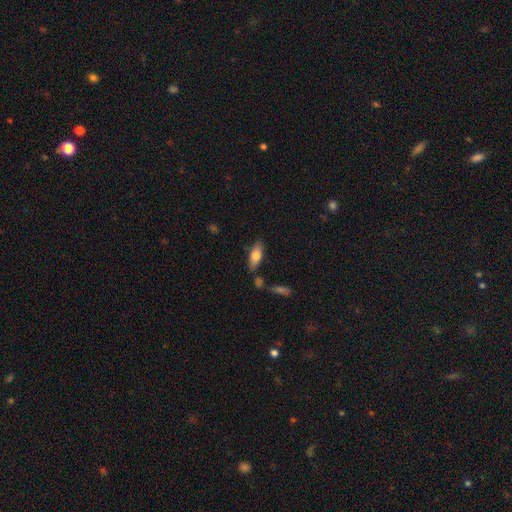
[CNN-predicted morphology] smooth_or_featured: smooth (p=0.66) [alt: featured or disk p=0.28]
how_rounded: in between (p=0.67) [alt: cigar-shaped p=0.30]
merging: none (p=0.75) [alt: minor disturbance p=0.15]